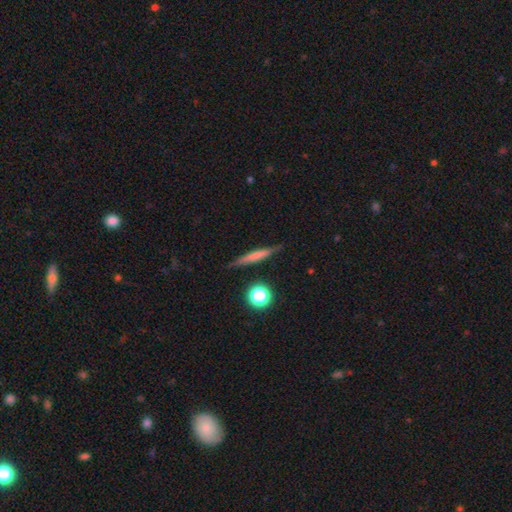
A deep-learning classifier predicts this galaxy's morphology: Smooth or featured? smooth (54%)
How rounded? cigar-shaped (90%)
Merging? none (86%)